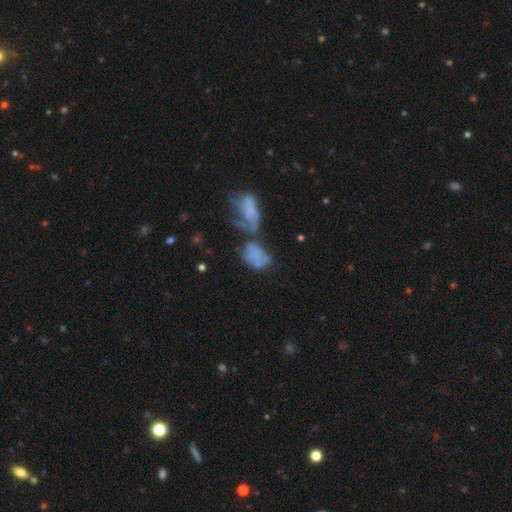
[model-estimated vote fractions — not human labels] Q: Smooth or featured?
A: smooth (49%); runner-up: featured or disk (38%)
Q: Merging?
A: merger (47%); runner-up: major disturbance (19%)